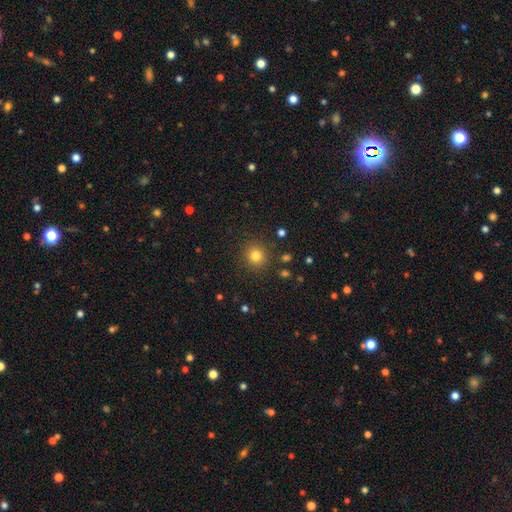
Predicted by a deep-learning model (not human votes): smooth_or_featured: smooth (p=0.80) [alt: star or artifact p=0.14]
how_rounded: round (p=0.92) [alt: in between p=0.07]
merging: none (p=0.89) [alt: minor disturbance p=0.06]